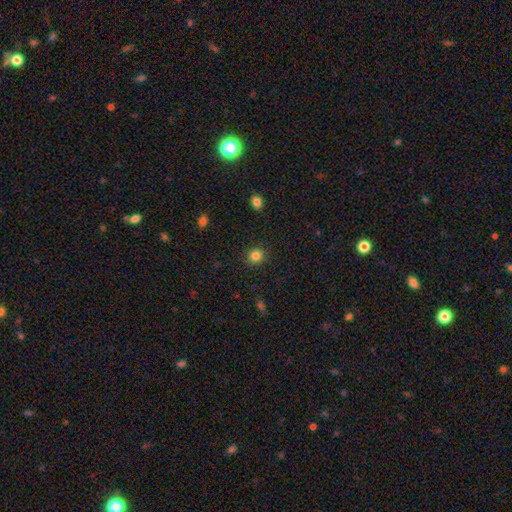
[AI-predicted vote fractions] smooth 84%, star or artifact 12%, featured or disk 4%. Down the decision tree: how rounded — round (85%); merging — none (90%).